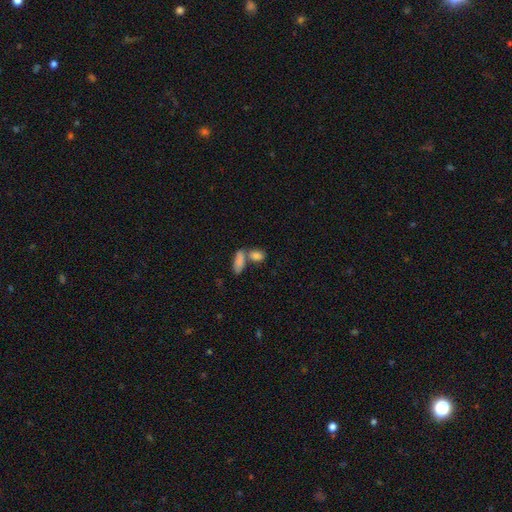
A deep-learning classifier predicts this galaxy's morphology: type=smooth (82%); roundness=in between (80%); merging=none (43%, tied with merger).